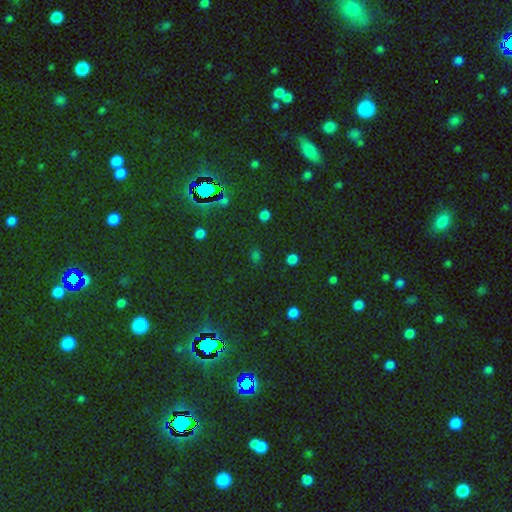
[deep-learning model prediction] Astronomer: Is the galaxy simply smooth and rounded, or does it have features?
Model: star or artifact — 65%.